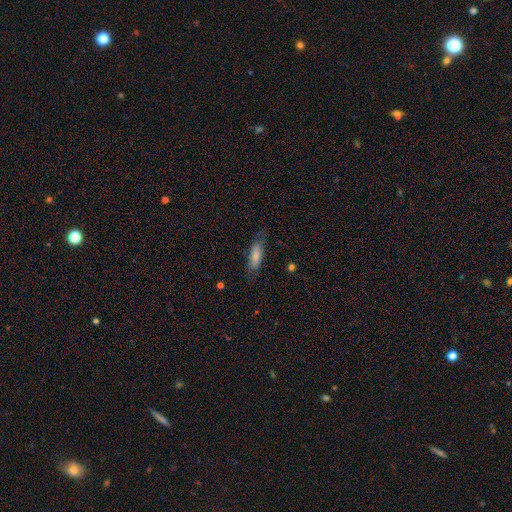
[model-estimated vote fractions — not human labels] Smooth or featured: smooth — 70% (featured or disk — 23%)
How rounded: in between — 50% (cigar-shaped — 48%)
Merging: none — 65% (minor disturbance — 23%)